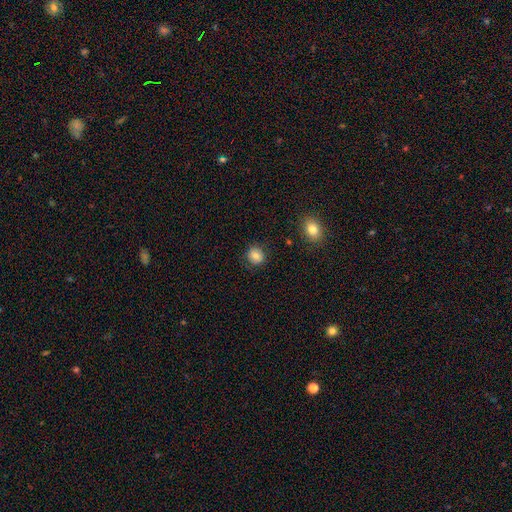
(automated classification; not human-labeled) Smooth or featured? Predicted: smooth (p=0.78). How rounded? Predicted: round (p=0.86). Merging? Predicted: none (p=0.85).